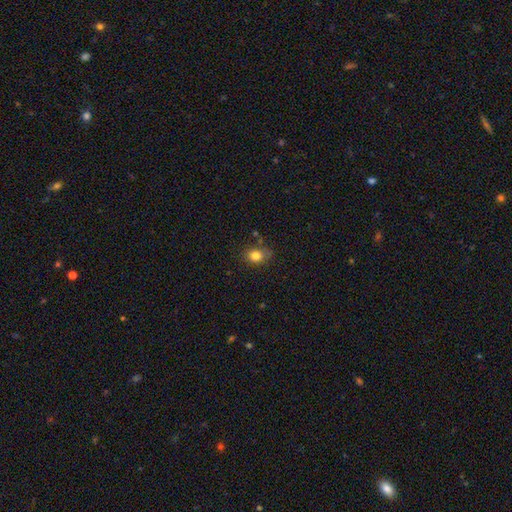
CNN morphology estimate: This is clearly a smooth galaxy (81%). How rounded: possibly in between (54%). Merging: likely none (69%).